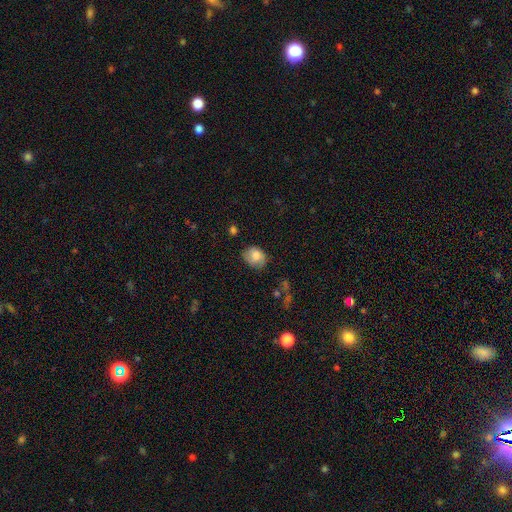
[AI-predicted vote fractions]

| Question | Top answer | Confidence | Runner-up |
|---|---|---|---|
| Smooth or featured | smooth | 80% | featured or disk (12%) |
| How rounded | in between | 58% | round (41%) |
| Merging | none | 71% | minor disturbance (23%) |